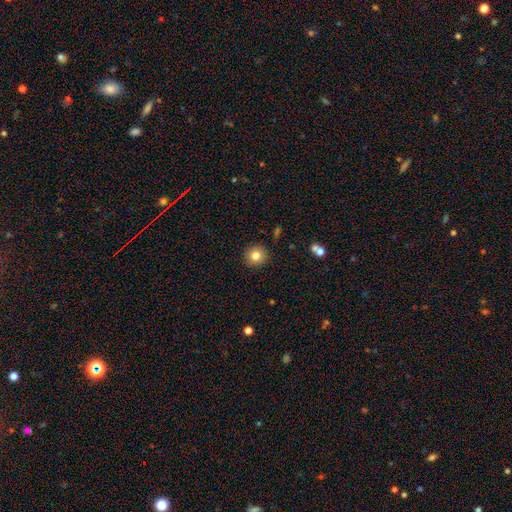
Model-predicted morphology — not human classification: Smooth or featured: smooth — 81% (star or artifact — 10%)
How rounded: round — 92% (in between — 7%)
Merging: none — 91% (minor disturbance — 6%)